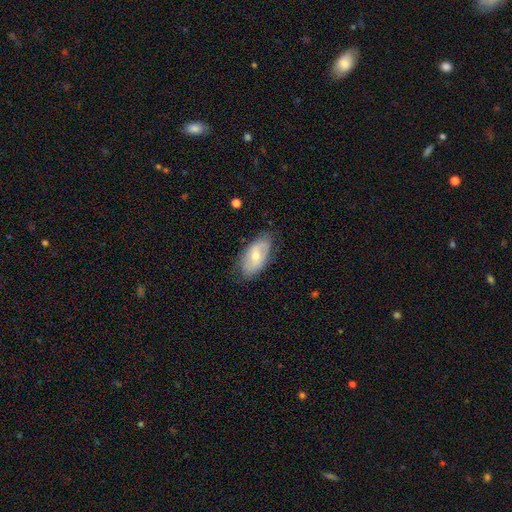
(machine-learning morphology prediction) This is possibly a smooth galaxy (51%). How rounded: clearly in between (92%). Merging: likely none (77%).